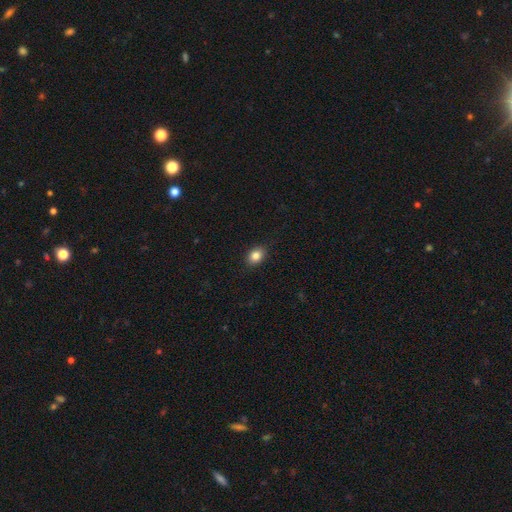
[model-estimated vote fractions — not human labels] Morphology: type=smooth (84%); roundness=in between (64%); merging=none (89%).